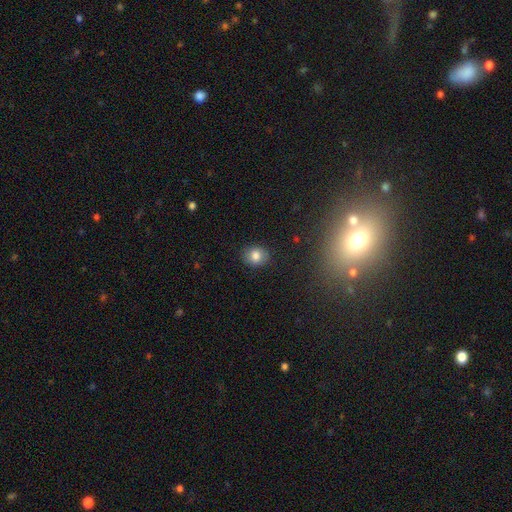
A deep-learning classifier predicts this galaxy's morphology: Smooth or featured: smooth — 80% (star or artifact — 10%)
How rounded: round — 66% (in between — 33%)
Merging: none — 87% (minor disturbance — 10%)